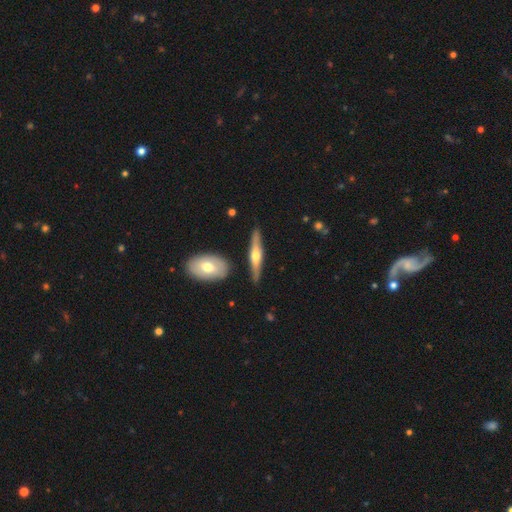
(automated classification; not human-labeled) A featured or disk galaxy (63%) viewed edge-on (94%) with a rounded central bulge (92%).

Vote fractions:
- Smooth or featured? featured or disk: 63% / smooth: 32% / star or artifact: 5%
- Edge-on disk? yes: 94% / no: 6%
- Edge-on bulge? rounded: 92% / boxy: 4% / none: 4%
- Merging? none: 83% / minor disturbance: 11% / merger: 3% / major disturbance: 2%